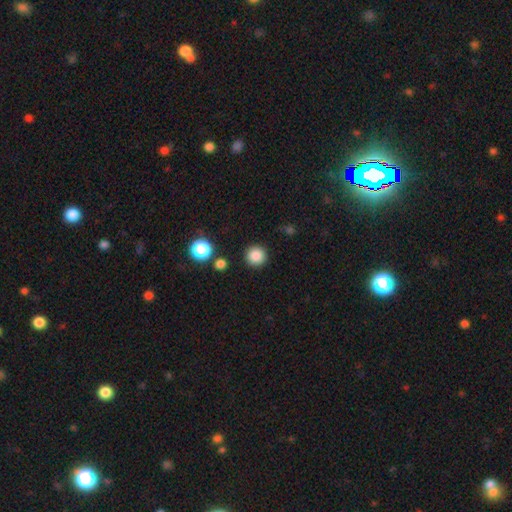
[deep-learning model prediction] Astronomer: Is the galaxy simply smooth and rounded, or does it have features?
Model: smooth — 86%.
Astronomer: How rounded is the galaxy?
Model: round — 95%.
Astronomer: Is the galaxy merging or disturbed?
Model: none — 89%.